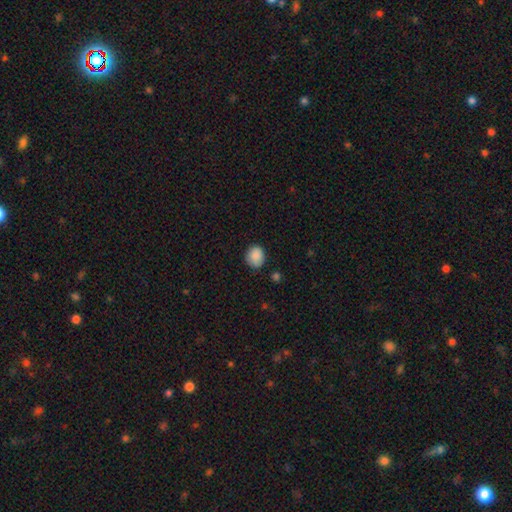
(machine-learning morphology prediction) smooth 88%, star or artifact 8%, featured or disk 4%. Down the decision tree: how rounded — round (66%); merging — none (78%).